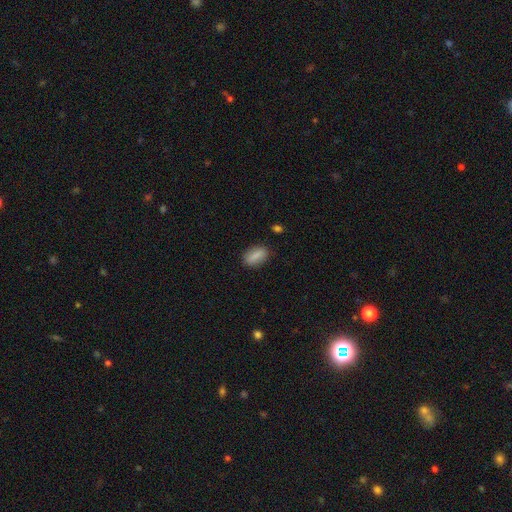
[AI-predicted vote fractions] Smooth or featured? smooth (84%)
How rounded? in between (83%)
Merging? none (84%)